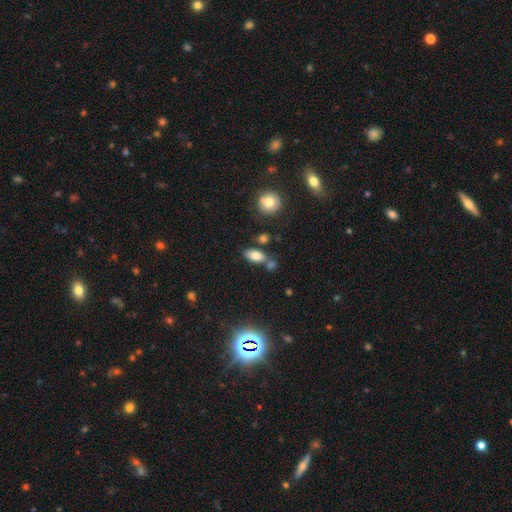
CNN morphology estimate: smooth-or-featured: smooth: 80% | featured or disk: 11% | star or artifact: 10%
  how-rounded: in between: 89% | cigar-shaped: 6% | round: 5%
  merging: none: 65% | merger: 17% | minor disturbance: 13% | major disturbance: 4%